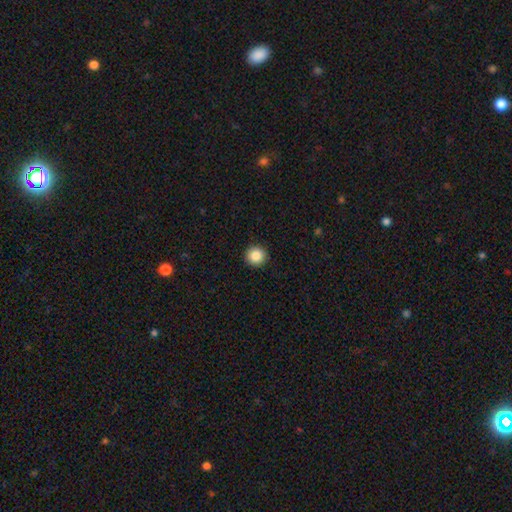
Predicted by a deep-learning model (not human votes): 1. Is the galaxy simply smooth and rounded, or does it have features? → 86% smooth, 10% star or artifact, 4% featured or disk.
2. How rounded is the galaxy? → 95% round, 4% in between, 1% cigar-shaped.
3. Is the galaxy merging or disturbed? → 93% none, 4% minor disturbance, 1% major disturbance, 1% merger.